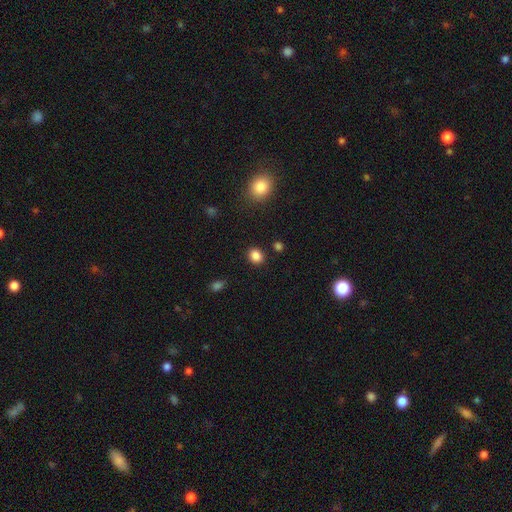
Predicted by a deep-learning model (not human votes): The model was most divided on "how rounded": round: 62%, in between: 37%, cigar-shaped: 1%. More confident: merging — none (88%); smooth or featured — smooth (86%).